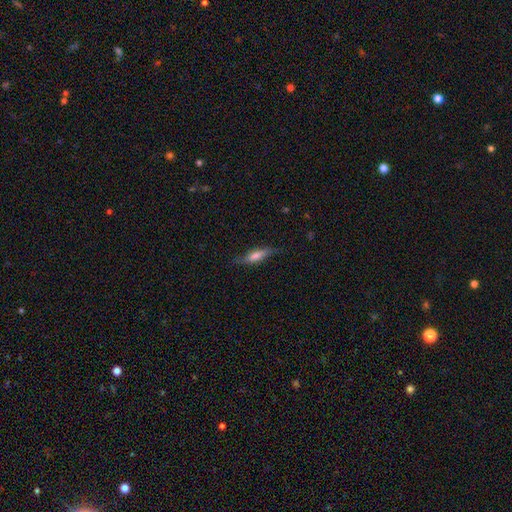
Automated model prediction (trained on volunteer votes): This appears to be a smooth galaxy with no disk features (62%) that is cigar-shaped (60%). Merging: none (72%).